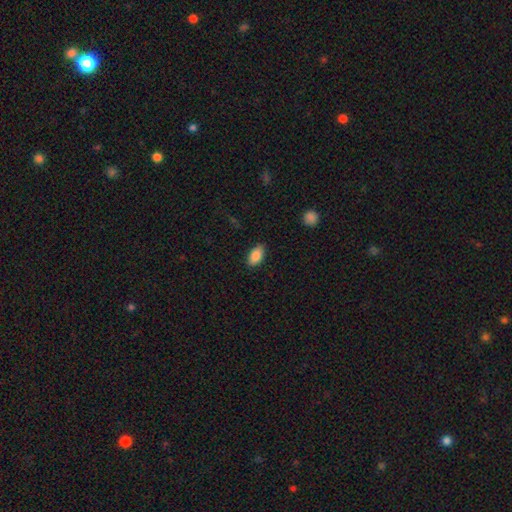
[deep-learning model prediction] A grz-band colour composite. It shows a smooth galaxy with no disk features (87%) that is in between round and cigar-shaped (92%). Merging: none (86%).